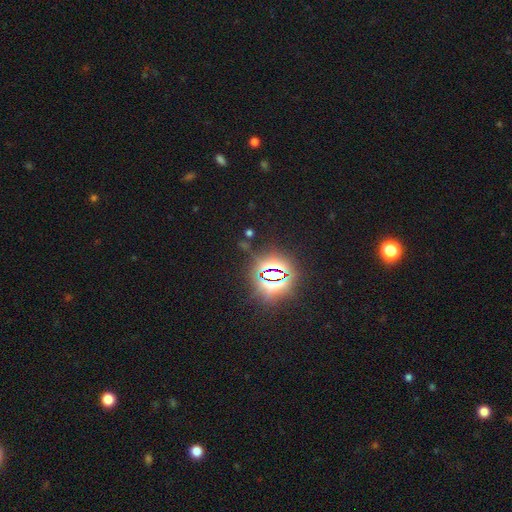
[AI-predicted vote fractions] Smooth or featured?
  - star or artifact: 82% *
  - smooth: 12%
  - featured or disk: 7%